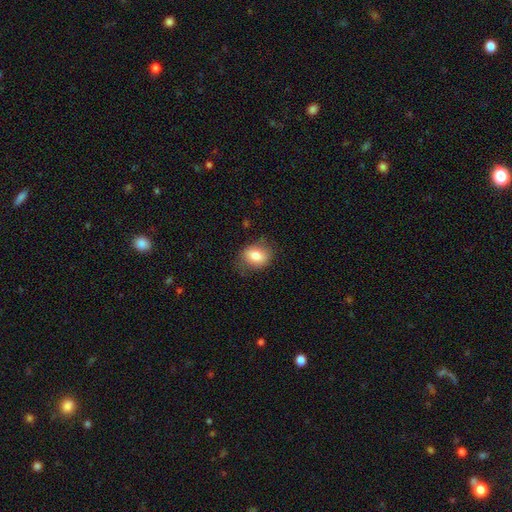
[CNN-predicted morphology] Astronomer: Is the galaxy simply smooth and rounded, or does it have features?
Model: smooth — 79%.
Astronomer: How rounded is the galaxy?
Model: in between — 58% (runner-up: round, 40%).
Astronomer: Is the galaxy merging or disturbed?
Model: none — 73%.